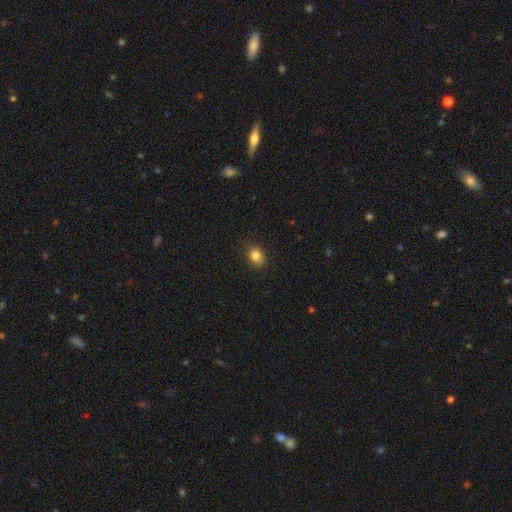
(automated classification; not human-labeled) The model was most divided on "how rounded": round: 50%, in between: 49%, cigar-shaped: 1%. More confident: merging — none (86%); smooth or featured — smooth (84%).